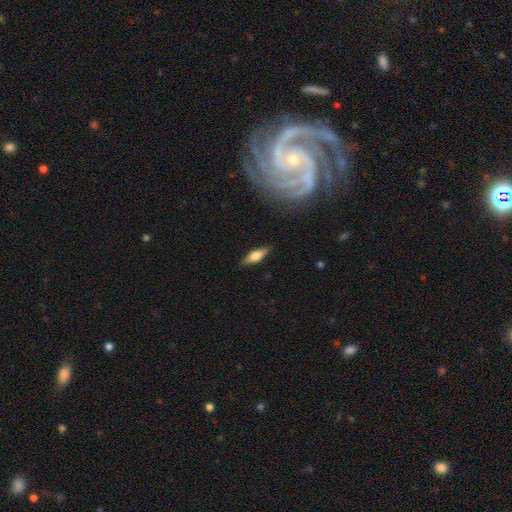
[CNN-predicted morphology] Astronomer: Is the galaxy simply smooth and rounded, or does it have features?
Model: smooth — 50% (runner-up: featured or disk, 43%).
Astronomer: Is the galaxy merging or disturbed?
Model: none — 86%.